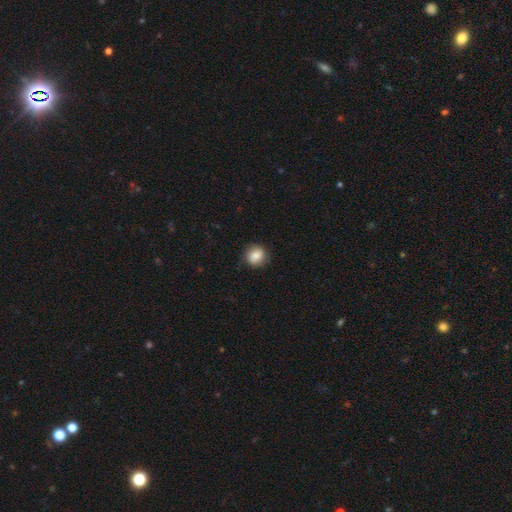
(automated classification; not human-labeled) A smooth galaxy with no disk features (80%) that is round (76%). Merging: none (80%).